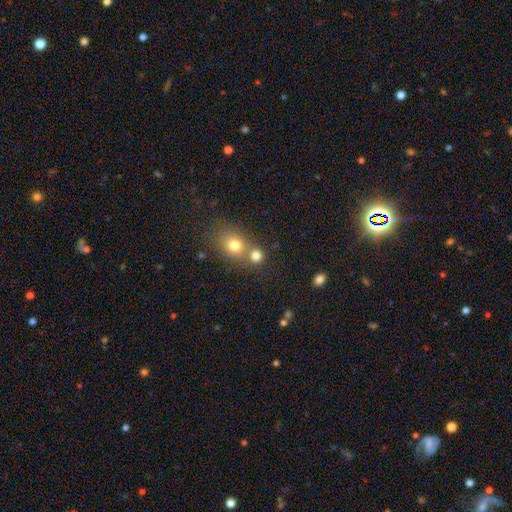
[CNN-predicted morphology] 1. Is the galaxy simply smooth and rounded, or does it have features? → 77% smooth, 14% star or artifact, 9% featured or disk.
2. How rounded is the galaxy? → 80% round, 19% in between, 1% cigar-shaped.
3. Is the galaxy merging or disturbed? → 51% none, 39% merger, 7% minor disturbance, 3% major disturbance.